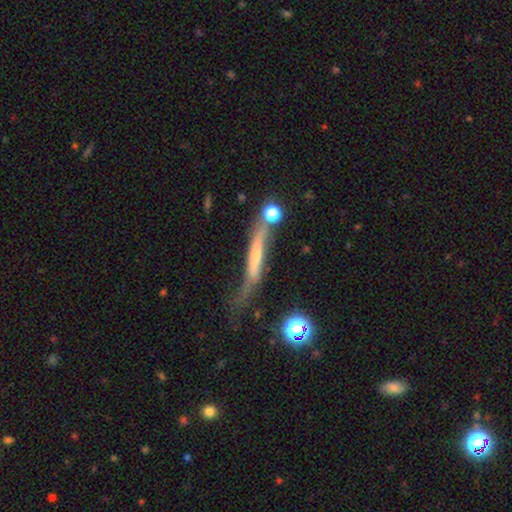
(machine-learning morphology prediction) The model was most divided on "merging": none: 41%, minor disturbance: 26%, major disturbance: 21%, merger: 12%. More confident: edge-on disk — yes (73%); smooth or featured — featured or disk (54%).